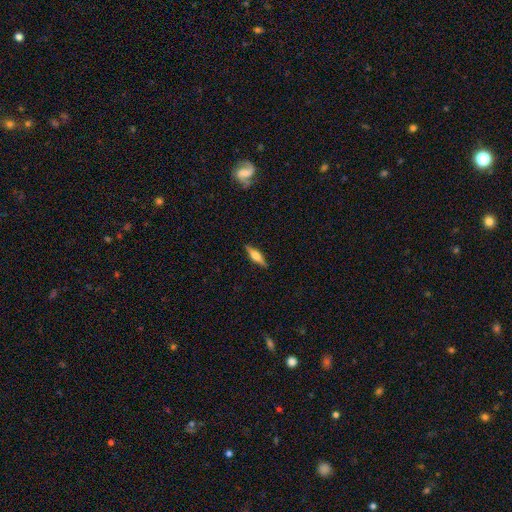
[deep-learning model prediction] This is possibly a featured or disk galaxy (53%). It is clearly viewed edge-on (95%). Edge-on bulge: clearly rounded (88%). Merging: clearly none (89%).